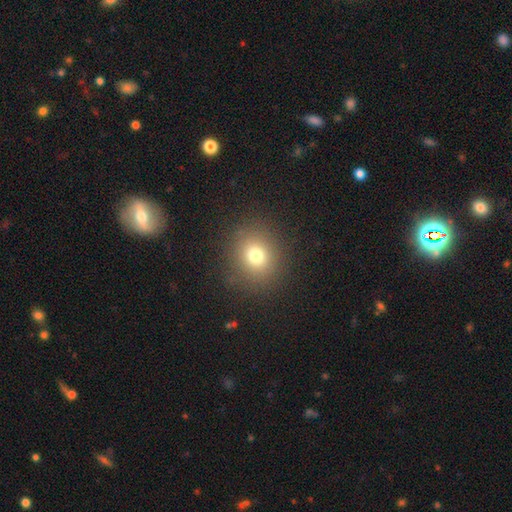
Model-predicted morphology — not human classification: Smooth or featured? Predicted: smooth (p=0.74). How rounded? Predicted: round (p=0.81). Merging? Predicted: none (p=0.88).